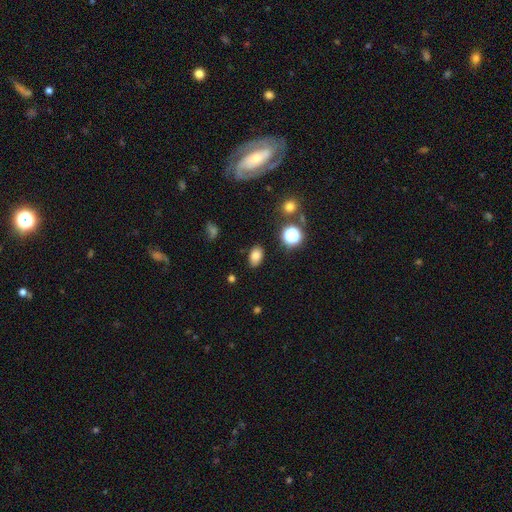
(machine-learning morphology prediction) The model was most divided on "smooth or featured": smooth: 79%, star or artifact: 13%, featured or disk: 7%. More confident: merging — none (85%); how rounded — in between (85%).